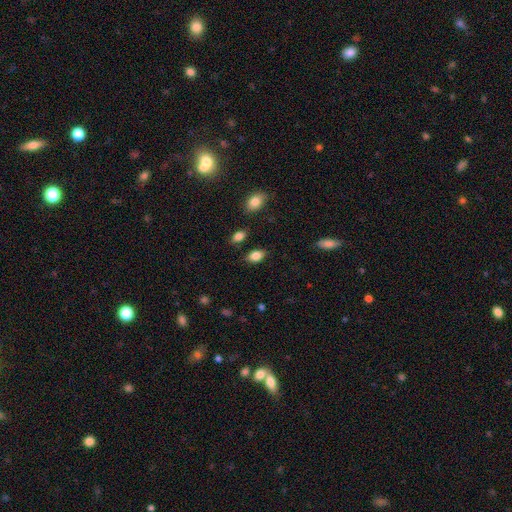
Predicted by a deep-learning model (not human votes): Smooth or featured? Predicted: smooth (p=0.85). How rounded? Predicted: in between (p=0.88). Merging? Predicted: none (p=0.82).